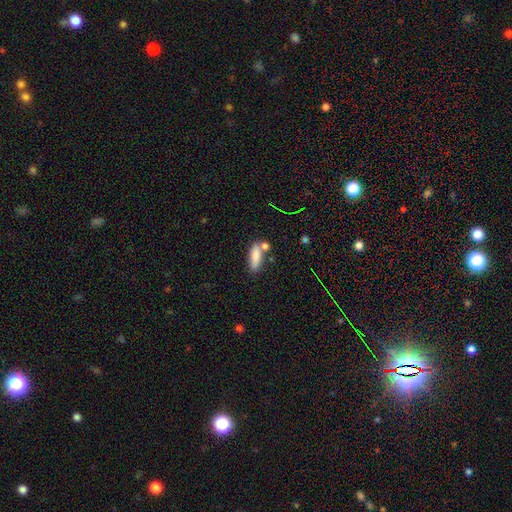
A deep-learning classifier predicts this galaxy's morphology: Smooth or featured? Predicted: smooth (p=0.83). How rounded? Predicted: in between (p=0.58). Merging? Predicted: none (p=0.59).